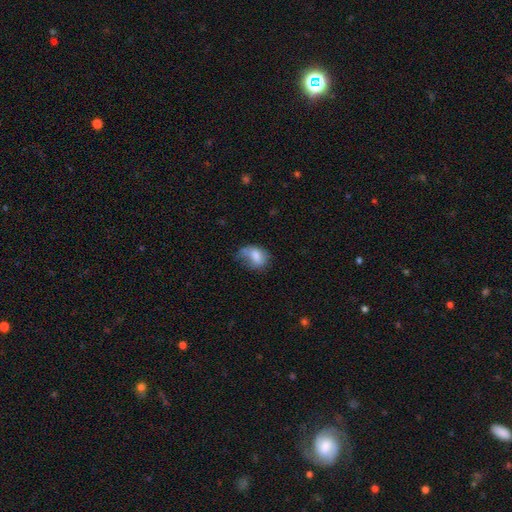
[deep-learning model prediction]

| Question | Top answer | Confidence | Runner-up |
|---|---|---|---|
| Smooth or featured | smooth | 72% | featured or disk (19%) |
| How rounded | in between | 76% | round (22%) |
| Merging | minor disturbance | 35% | none (30%) |